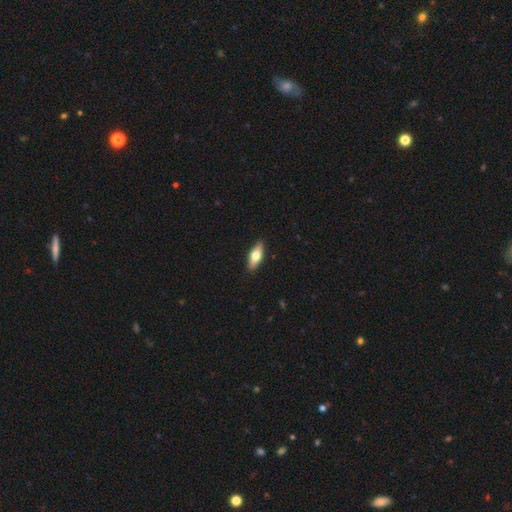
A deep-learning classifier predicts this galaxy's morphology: Overall: smooth (57%; featured or disk 37%). How rounded: in between (63%; cigar-shaped 34%). Merging: none (90%).